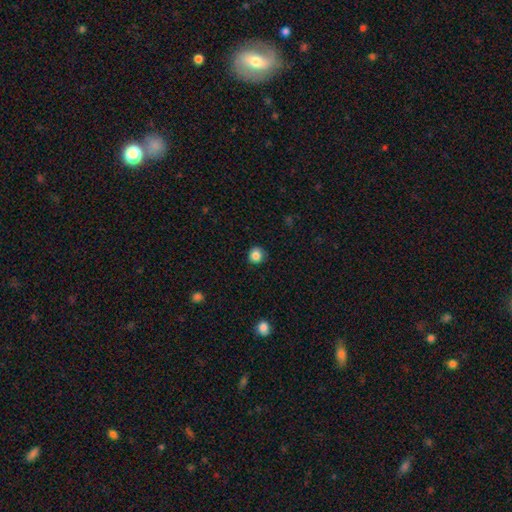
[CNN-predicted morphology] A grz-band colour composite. It shows a smooth galaxy with no disk features (84%) that is round (89%). Merging: none (86%).